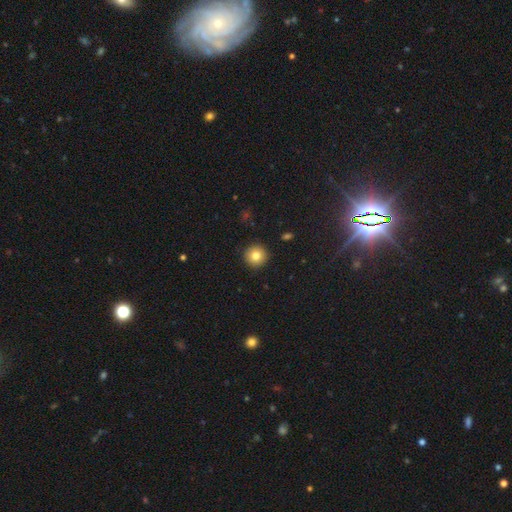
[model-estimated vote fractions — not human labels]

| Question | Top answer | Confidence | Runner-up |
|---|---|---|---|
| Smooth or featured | smooth | 81% | star or artifact (10%) |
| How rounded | round | 95% | in between (4%) |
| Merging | none | 93% | minor disturbance (5%) |